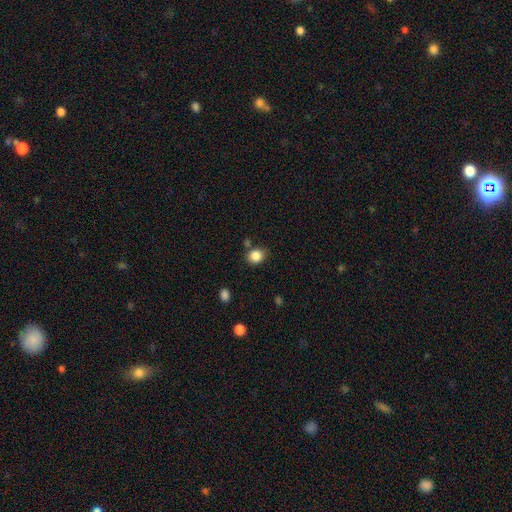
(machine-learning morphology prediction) Smooth or featured: smooth — 85% (star or artifact — 10%)
How rounded: round — 63% (in between — 36%)
Merging: none — 75% (minor disturbance — 14%)